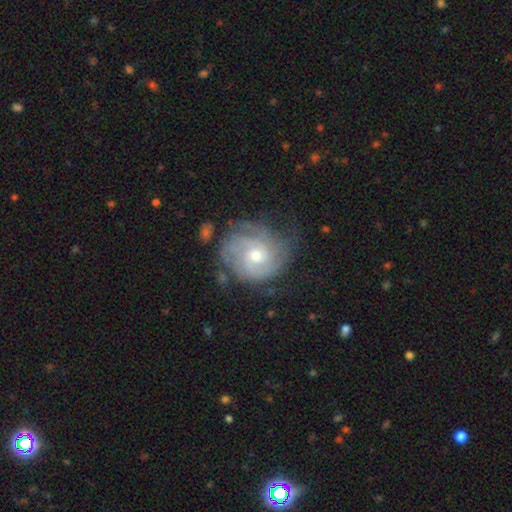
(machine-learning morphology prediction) Smooth or featured? Predicted: featured or disk (p=0.80). Edge-on disk? Predicted: no (p=0.97). Bar? Predicted: no (p=0.71). Spiral arms? Predicted: yes (p=0.92). Spiral winding? Predicted: tight (p=0.66). Spiral arm count? Predicted: can't tell (p=0.38). Bulge size? Predicted: moderate (p=0.61). Merging? Predicted: none (p=0.64).